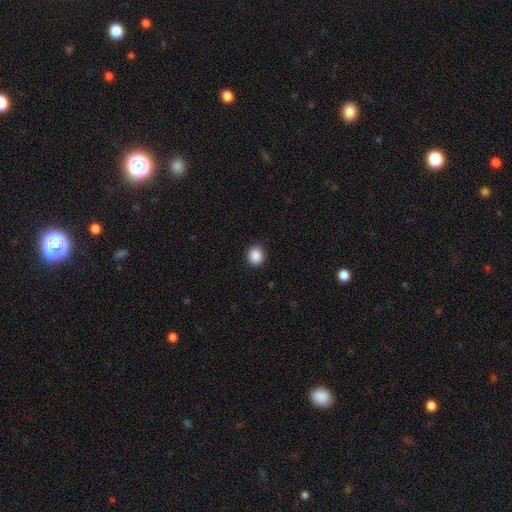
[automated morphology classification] Smooth or featured?
  - smooth: 89% *
  - star or artifact: 9%
  - featured or disk: 3%
How rounded?
  - round: 73% *
  - in between: 26%
  - cigar-shaped: 1%
Merging?
  - none: 90% *
  - minor disturbance: 7%
  - major disturbance: 2%
  - merger: 1%